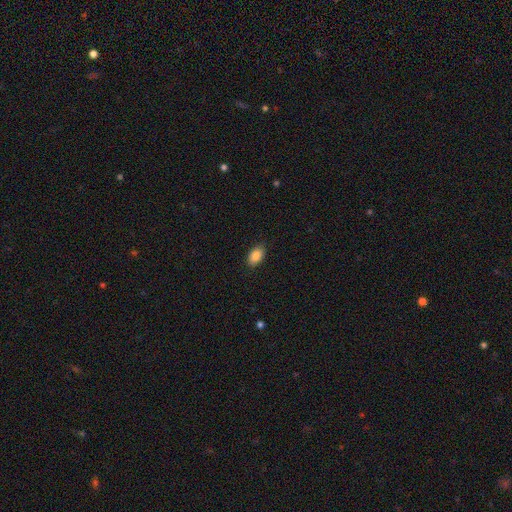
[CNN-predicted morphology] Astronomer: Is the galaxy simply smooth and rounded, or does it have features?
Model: smooth — 87%.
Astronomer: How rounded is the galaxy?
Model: in between — 90%.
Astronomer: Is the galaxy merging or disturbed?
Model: none — 87%.